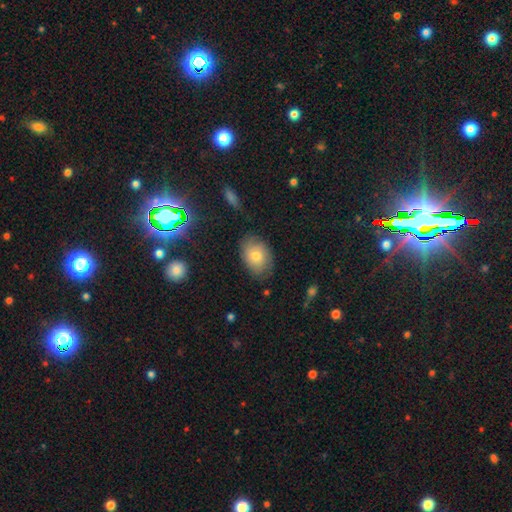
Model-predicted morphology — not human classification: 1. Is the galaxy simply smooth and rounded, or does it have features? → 68% smooth, 23% featured or disk, 9% star or artifact.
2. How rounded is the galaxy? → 80% in between, 19% round, 1% cigar-shaped.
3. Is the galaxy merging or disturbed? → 74% none, 19% minor disturbance, 5% major disturbance, 1% merger.